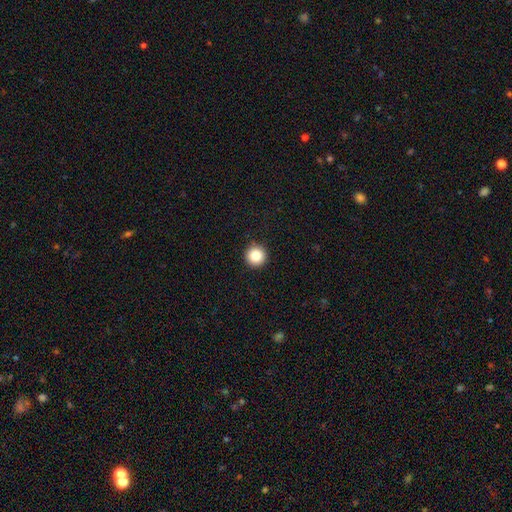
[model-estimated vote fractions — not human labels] Smooth or featured? Predicted: smooth (p=0.84). How rounded? Predicted: round (p=0.97). Merging? Predicted: none (p=0.93).